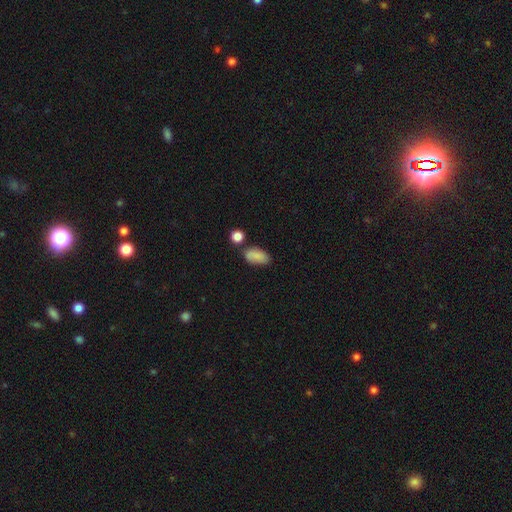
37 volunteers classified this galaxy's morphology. smooth_or_featured: smooth (p=0.86) [alt: featured or disk p=0.08]
how_rounded: in between (p=0.91) [alt: round p=0.09]
merging: none (p=0.83) [alt: minor disturbance p=0.17]